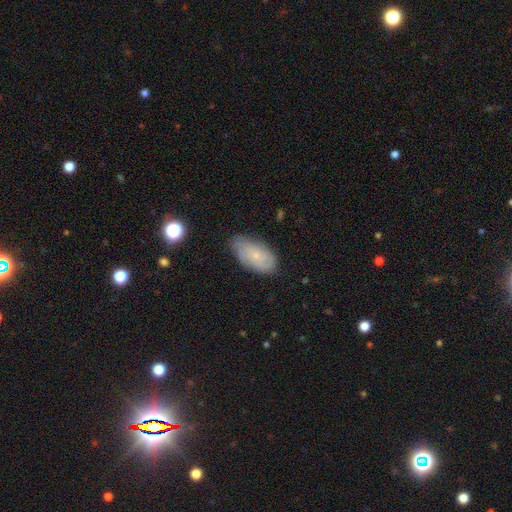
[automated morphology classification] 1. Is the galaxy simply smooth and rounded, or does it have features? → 51% smooth, 41% featured or disk, 8% star or artifact.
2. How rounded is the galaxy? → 92% in between, 4% round, 4% cigar-shaped.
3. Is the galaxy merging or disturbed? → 71% none, 23% minor disturbance, 5% major disturbance, 1% merger.